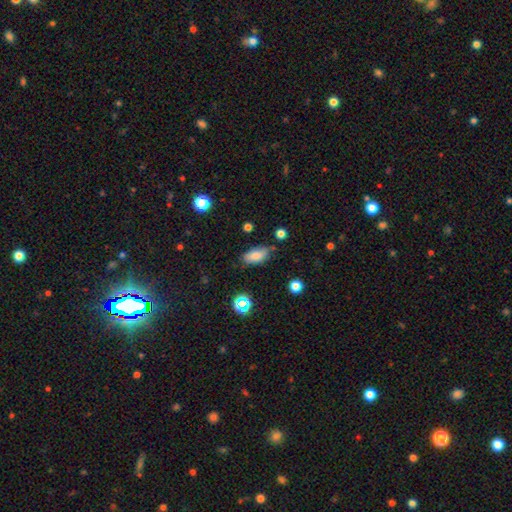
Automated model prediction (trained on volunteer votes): Overall: smooth (79%). How rounded: in between (89%). Merging: none (74%).